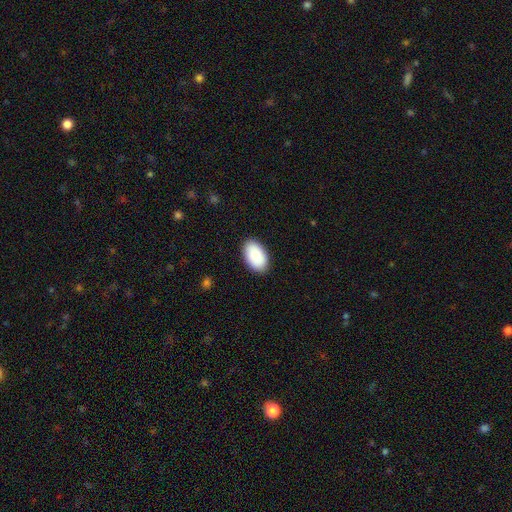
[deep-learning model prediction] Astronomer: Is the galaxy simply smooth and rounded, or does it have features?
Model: smooth — 90%.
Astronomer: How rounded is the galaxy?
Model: in between — 95%.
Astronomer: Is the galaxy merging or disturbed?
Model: none — 89%.